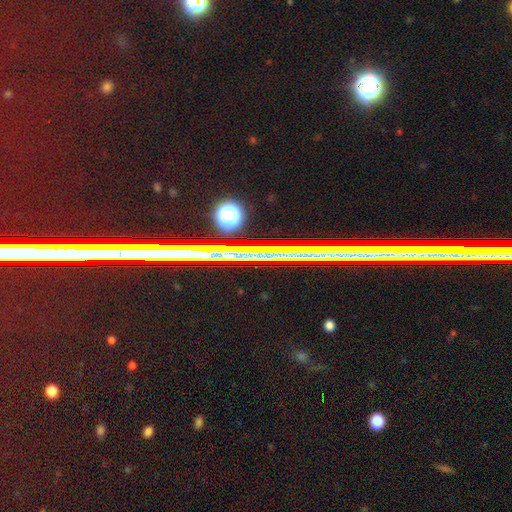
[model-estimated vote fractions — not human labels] smooth-or-featured: star or artifact: 75% | featured or disk: 16% | smooth: 9%